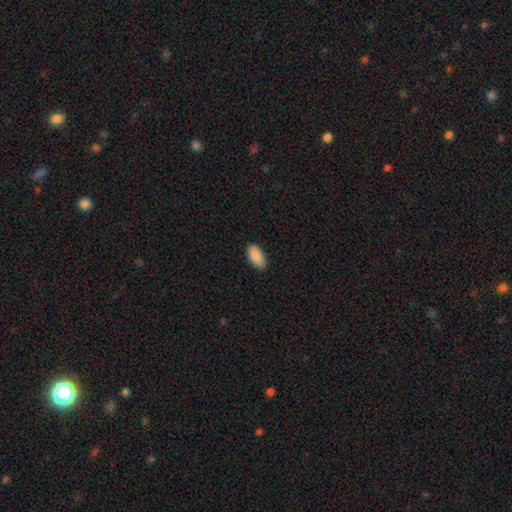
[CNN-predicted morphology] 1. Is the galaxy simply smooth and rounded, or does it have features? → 90% smooth, 6% star or artifact, 4% featured or disk.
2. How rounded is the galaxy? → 94% in between, 4% cigar-shaped, 2% round.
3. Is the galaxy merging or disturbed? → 87% none, 10% minor disturbance, 2% major disturbance, 1% merger.